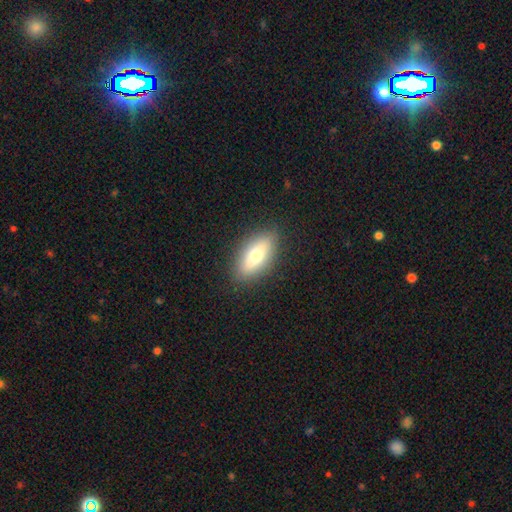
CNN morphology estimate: A smooth galaxy with no disk features (64%) that is in between round and cigar-shaped (76%). Merging: none (88%).